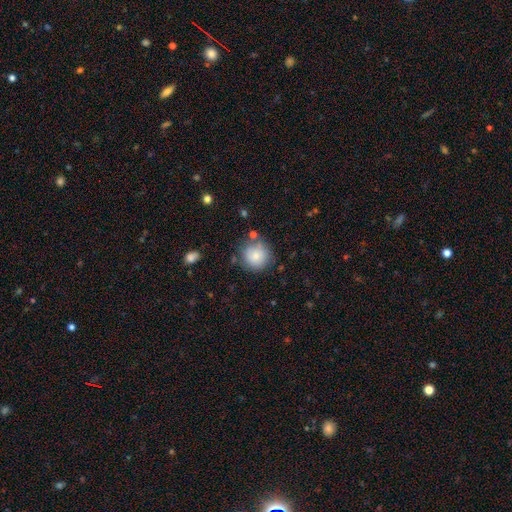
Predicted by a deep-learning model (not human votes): Overall: smooth (80%). How rounded: round (92%). Merging: none (74%).